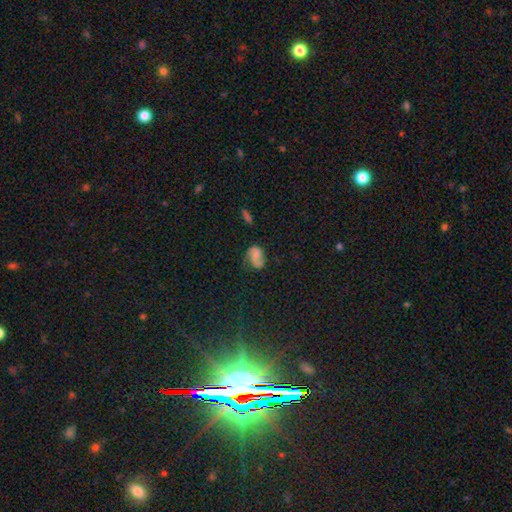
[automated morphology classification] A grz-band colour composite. It shows a featured or disk galaxy (45%). Merging: none (47%).